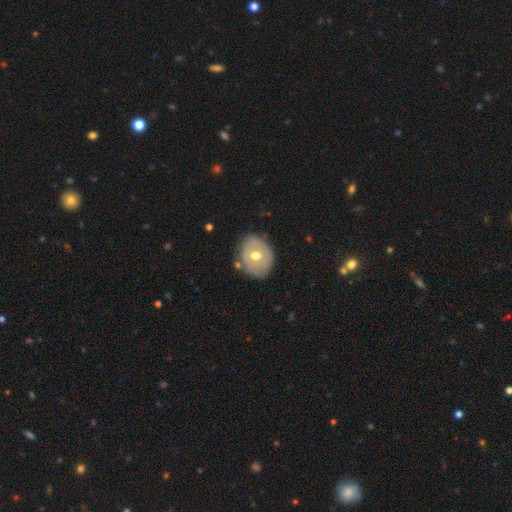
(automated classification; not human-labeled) Q: Smooth or featured?
A: smooth (49%); runner-up: featured or disk (45%)
Q: Merging?
A: none (75%); runner-up: minor disturbance (17%)